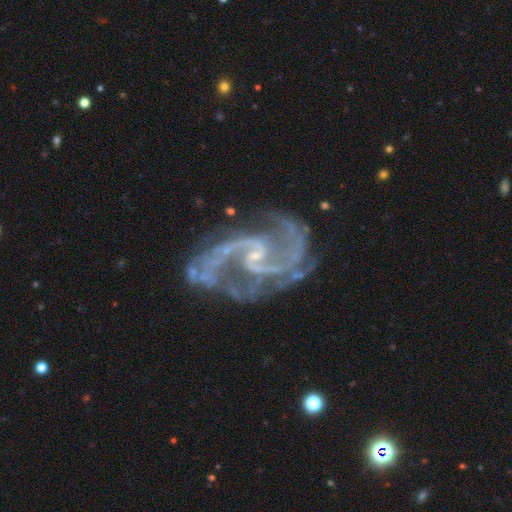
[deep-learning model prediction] Smooth or featured? Predicted: featured or disk (p=0.92). Edge-on disk? Predicted: no (p=0.98). Bar? Predicted: weak (p=0.53). Spiral arms? Predicted: yes (p=0.98). Spiral winding? Predicted: medium (p=0.58). Spiral arm count? Predicted: 2 (p=0.71). Bulge size? Predicted: small (p=0.72). Merging? Predicted: none (p=0.63).